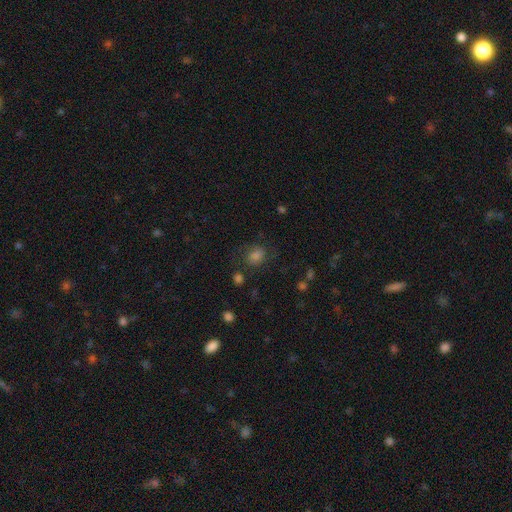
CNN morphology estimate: Smooth or featured?
  - smooth: 59% *
  - star or artifact: 24%
  - featured or disk: 17%
How rounded?
  - round: 51% *
  - in between: 47%
  - cigar-shaped: 1%
Merging?
  - none: 70% *
  - minor disturbance: 17%
  - major disturbance: 10%
  - merger: 3%